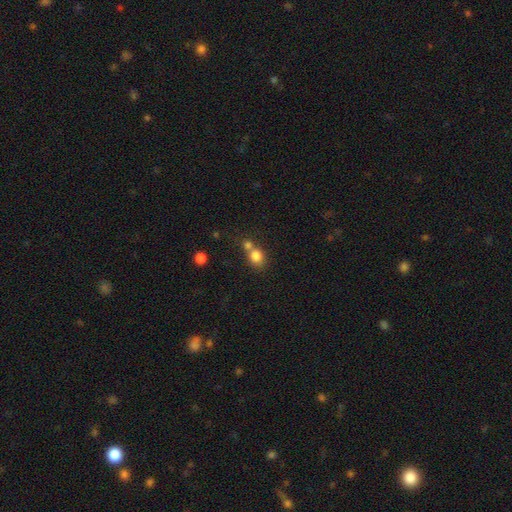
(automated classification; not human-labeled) Overall: smooth (81%). How rounded: round (64%; in between 35%). Merging: merger (45%; none 42%).